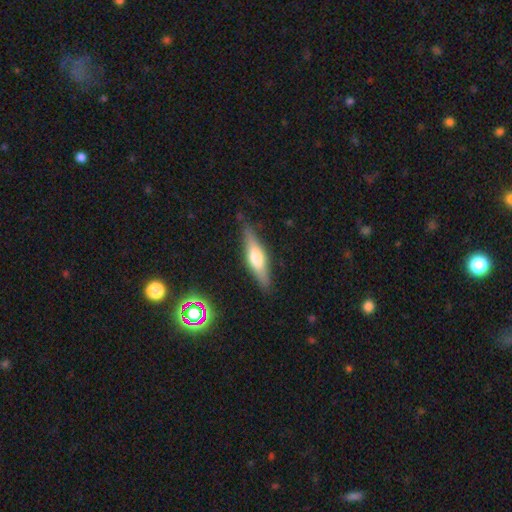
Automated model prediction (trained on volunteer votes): Smooth or featured? Predicted: featured or disk (p=0.56). Edge-on disk? Predicted: yes (p=0.93). Edge-on bulge? Predicted: rounded (p=0.89). Merging? Predicted: none (p=0.86).